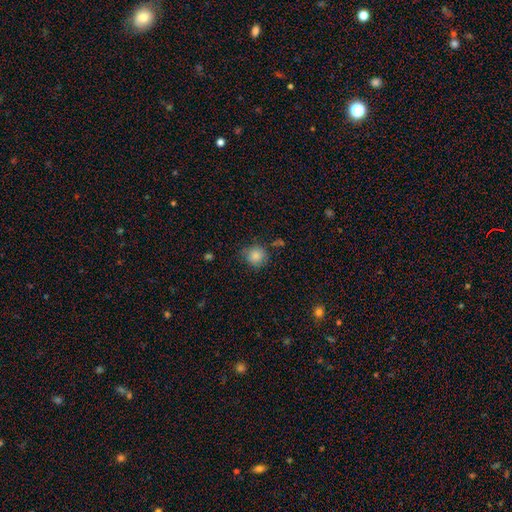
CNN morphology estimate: Smooth or featured? Predicted: smooth (p=0.84). How rounded? Predicted: round (p=0.88). Merging? Predicted: none (p=0.74).